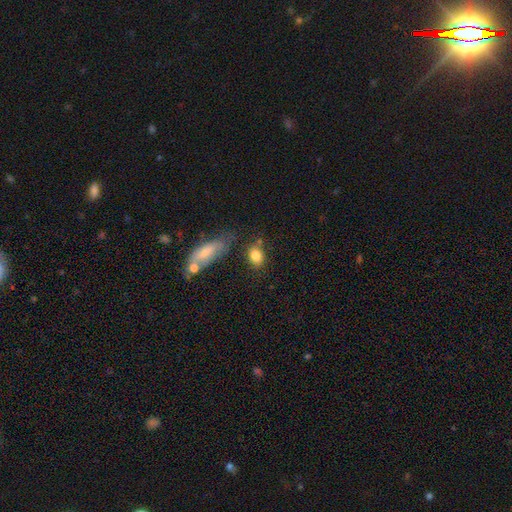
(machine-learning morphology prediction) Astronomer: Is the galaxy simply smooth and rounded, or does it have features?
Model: smooth — 82%.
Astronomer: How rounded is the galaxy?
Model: in between — 64%.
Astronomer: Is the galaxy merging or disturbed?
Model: none — 70%.